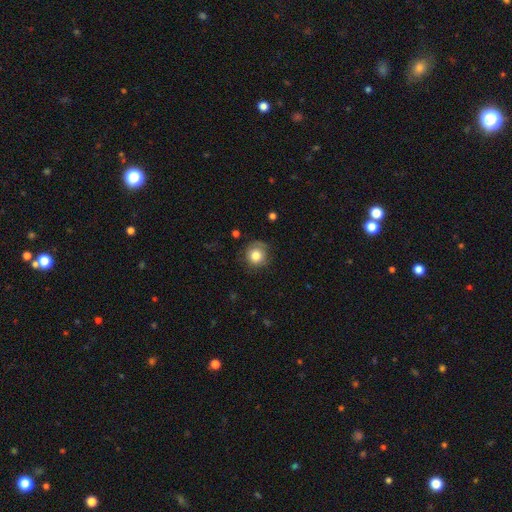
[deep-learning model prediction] Morphology: type=smooth (78%); roundness=round (90%); merging=none (72%).